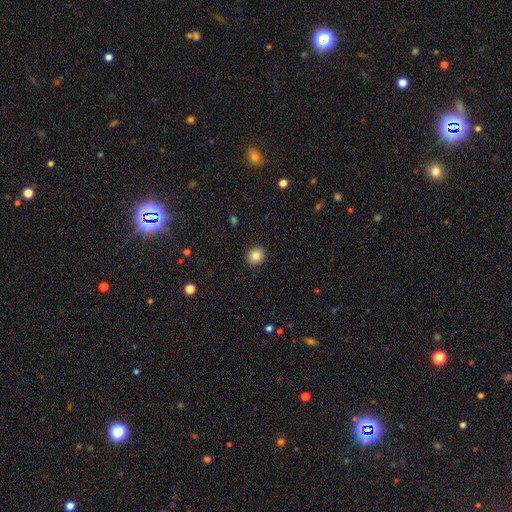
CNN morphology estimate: smooth 86%, star or artifact 9%, featured or disk 5%. Down the decision tree: how rounded — round (73%); merging — none (91%).